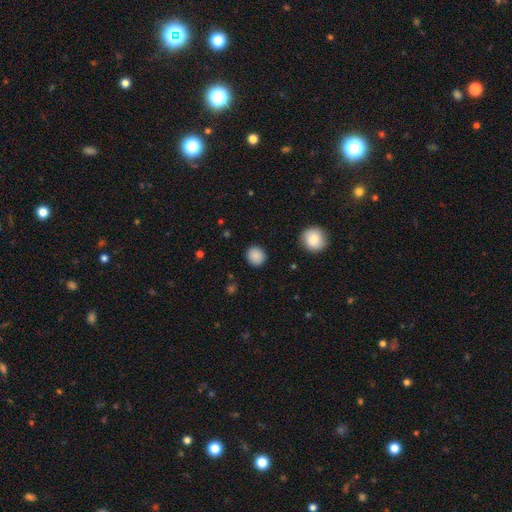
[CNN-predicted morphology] Q: Smooth or featured?
A: smooth (88%); runner-up: star or artifact (8%)
Q: How rounded?
A: round (87%); runner-up: in between (12%)
Q: Merging?
A: none (90%); runner-up: minor disturbance (6%)